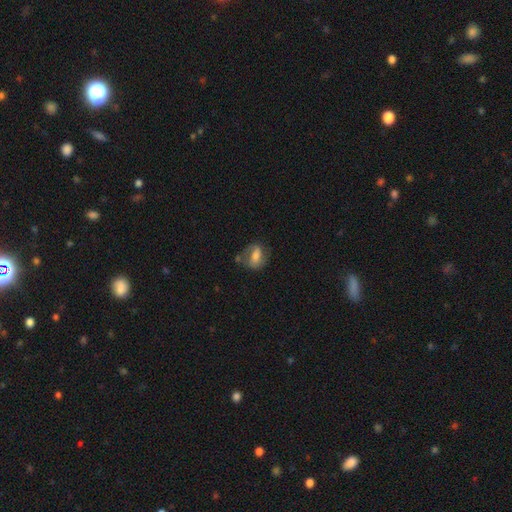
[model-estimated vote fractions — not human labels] This appears to be a smooth galaxy with no disk features (55%) that is in between round and cigar-shaped (74%). Merging: none (51%).